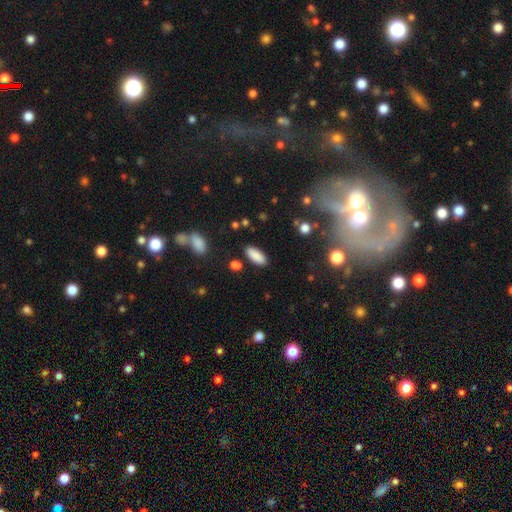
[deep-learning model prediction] A smooth galaxy with no disk features (88%) that is in between round and cigar-shaped (83%). Merging: none (86%).